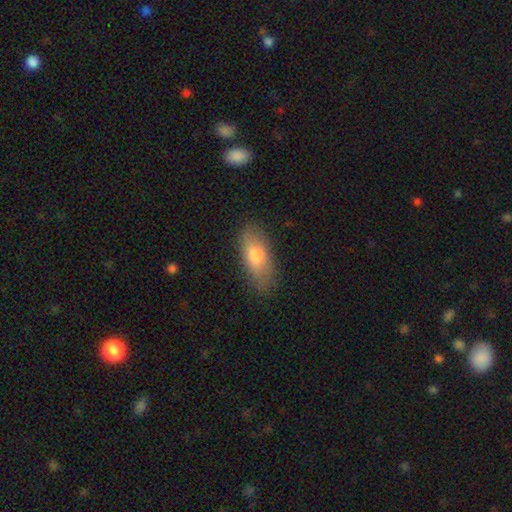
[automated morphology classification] A smooth galaxy with no disk features (73%) that is in between round and cigar-shaped (81%).

Vote fractions:
- Smooth or featured? smooth: 73% / featured or disk: 20% / star or artifact: 7%
- How rounded? in between: 81% / cigar-shaped: 15% / round: 4%
- Merging? none: 78% / minor disturbance: 17% / major disturbance: 4% / merger: 1%